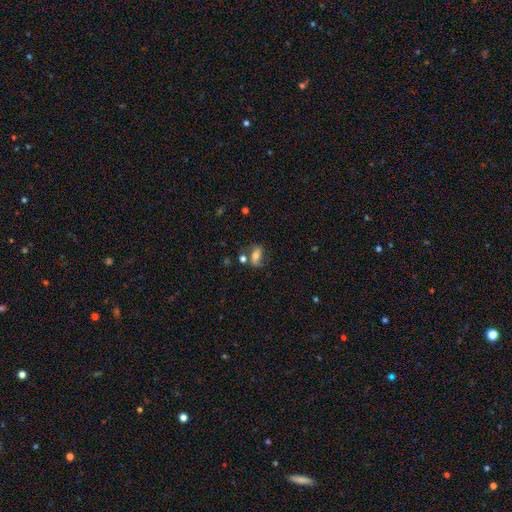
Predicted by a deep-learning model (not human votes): Morphology: type=featured or disk (46%); merging=none (49%).